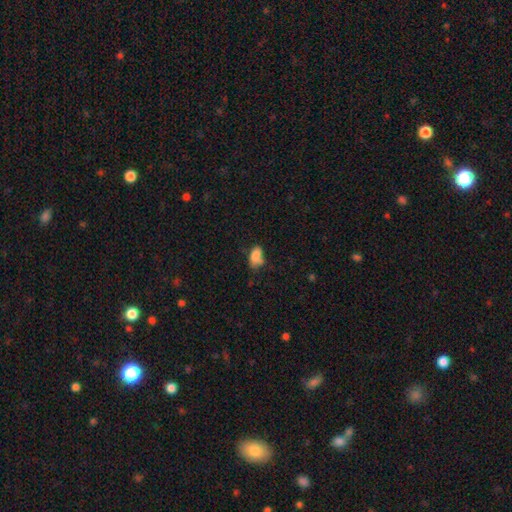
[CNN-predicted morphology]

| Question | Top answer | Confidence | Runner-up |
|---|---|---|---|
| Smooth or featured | smooth | 81% | featured or disk (10%) |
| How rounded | in between | 89% | round (9%) |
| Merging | none | 49% | minor disturbance (31%) |